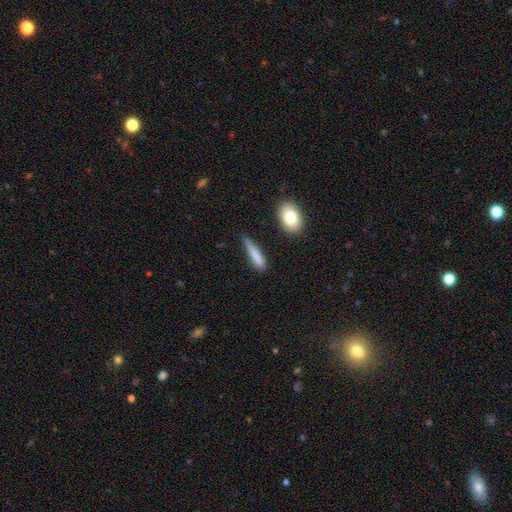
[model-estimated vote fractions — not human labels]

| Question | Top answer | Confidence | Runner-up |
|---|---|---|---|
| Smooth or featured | smooth | 79% | featured or disk (15%) |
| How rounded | cigar-shaped | 84% | in between (13%) |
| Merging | none | 69% | minor disturbance (23%) |